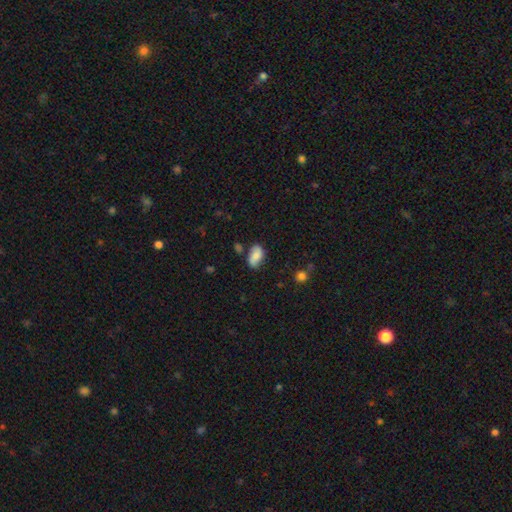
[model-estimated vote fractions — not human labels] This appears to be a smooth galaxy with no disk features (67%) that is in between round and cigar-shaped (91%). Merging: none (66%).